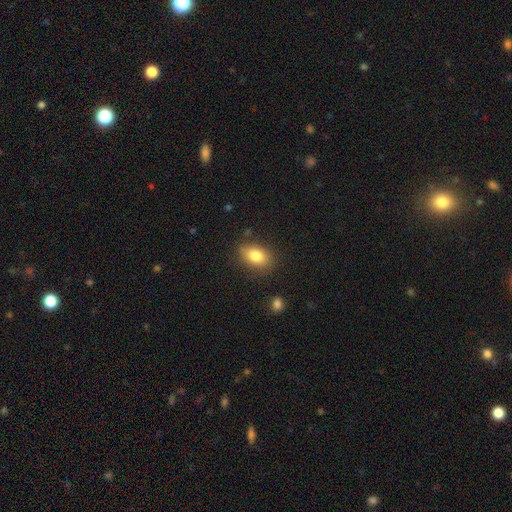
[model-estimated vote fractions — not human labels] This appears to be a smooth galaxy with no disk features (82%) that is in between round and cigar-shaped (82%). Merging: none (82%).